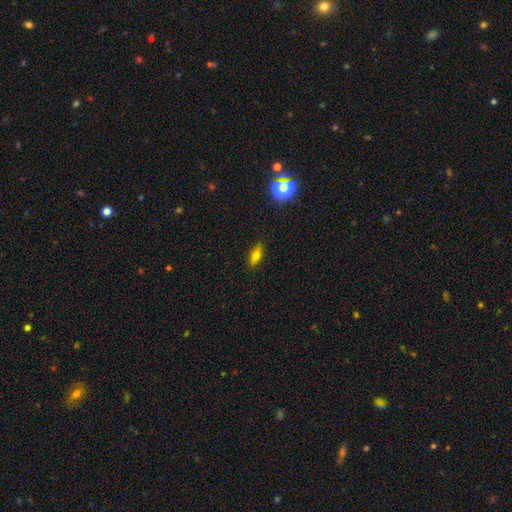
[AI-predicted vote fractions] A smooth galaxy with no disk features (67%) that is in between round and cigar-shaped (66%). Merging: none (87%).